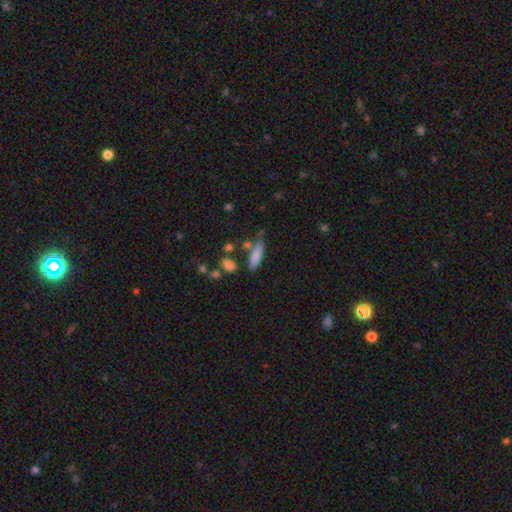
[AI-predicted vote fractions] A smooth galaxy with no disk features (80%) that is cigar-shaped (58%). Merging: none (62%).